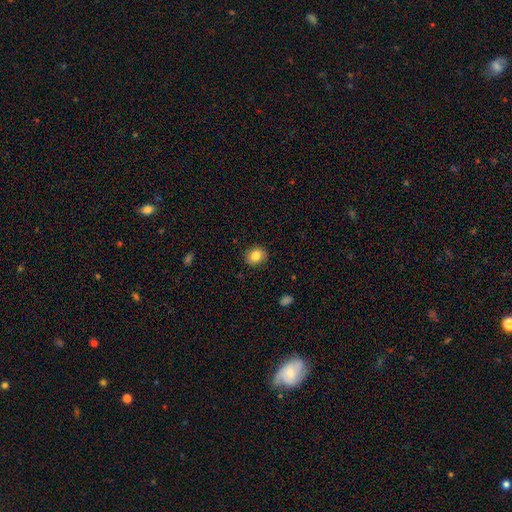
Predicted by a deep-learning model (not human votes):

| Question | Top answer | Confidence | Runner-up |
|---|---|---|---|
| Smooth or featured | smooth | 84% | star or artifact (9%) |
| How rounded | round | 70% | in between (29%) |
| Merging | none | 89% | minor disturbance (8%) |